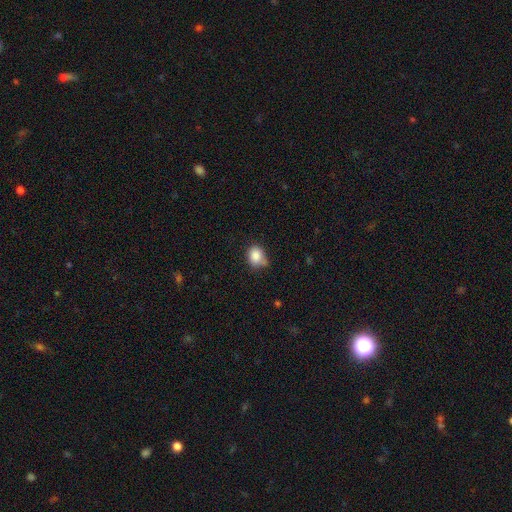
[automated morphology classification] This appears to be a smooth galaxy with no disk features (85%) that is round (54%). Merging: none (50%).